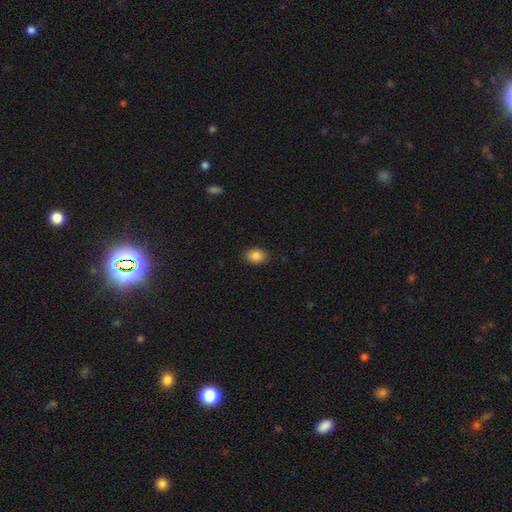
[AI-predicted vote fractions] smooth_or_featured: smooth (p=0.88) [alt: star or artifact p=0.08]
how_rounded: in between (p=0.83) [alt: round p=0.16]
merging: none (p=0.88) [alt: minor disturbance p=0.09]